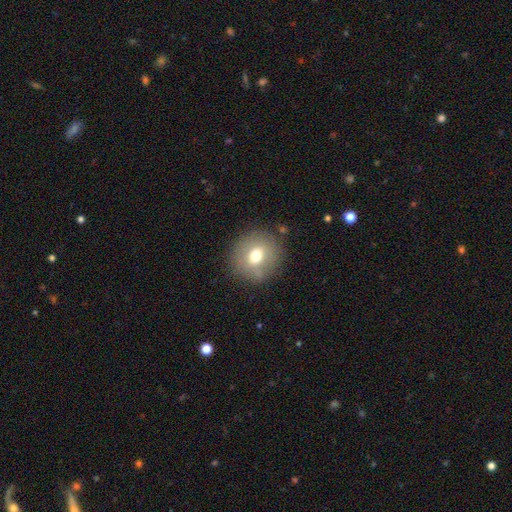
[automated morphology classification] smooth_or_featured: smooth (p=0.68) [alt: featured or disk p=0.22]
how_rounded: round (p=0.89) [alt: in between p=0.10]
merging: none (p=0.82) [alt: minor disturbance p=0.11]